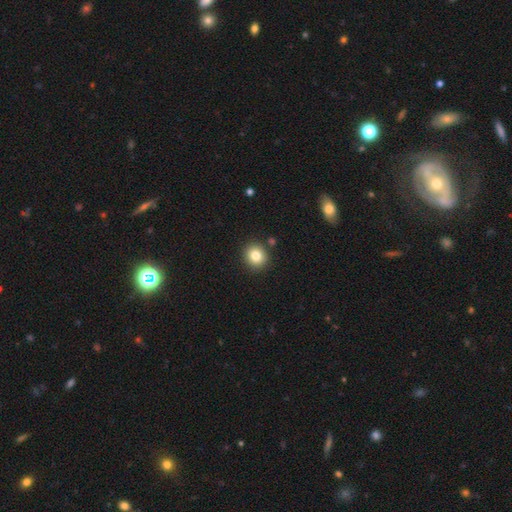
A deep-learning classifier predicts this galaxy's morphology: Q: Smooth or featured?
A: smooth (82%); runner-up: star or artifact (10%)
Q: How rounded?
A: round (86%); runner-up: in between (13%)
Q: Merging?
A: none (88%); runner-up: minor disturbance (7%)